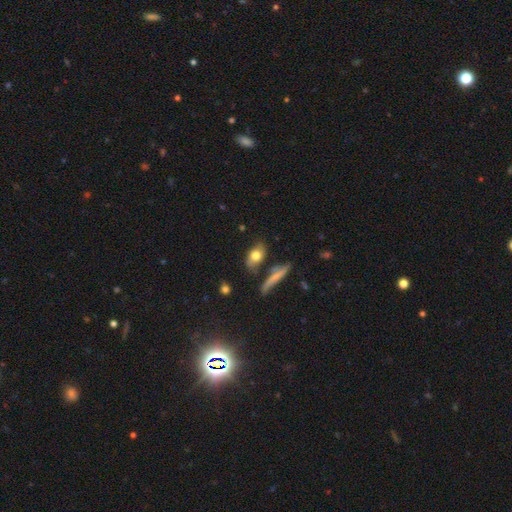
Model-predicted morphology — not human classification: Q: Smooth or featured?
A: smooth (73%); runner-up: featured or disk (19%)
Q: How rounded?
A: in between (77%); runner-up: round (12%)
Q: Merging?
A: none (60%); runner-up: minor disturbance (20%)